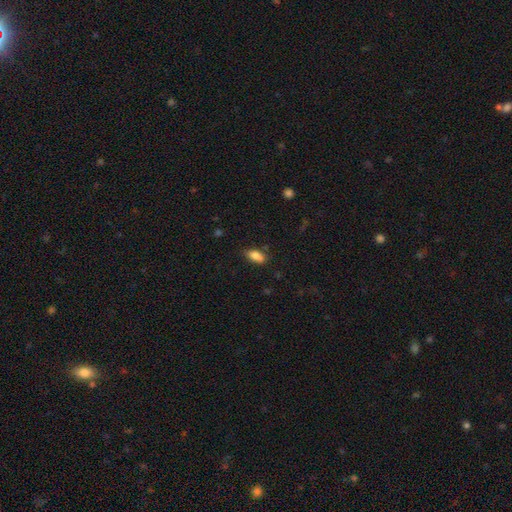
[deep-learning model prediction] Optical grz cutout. It shows a smooth galaxy with no disk features (83%) that is in between round and cigar-shaped (88%). Merging: none (72%).